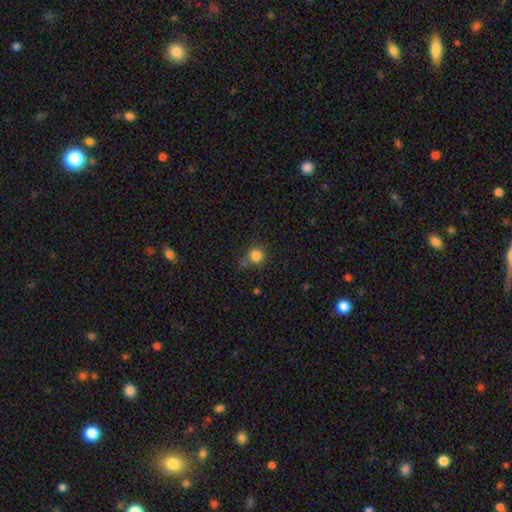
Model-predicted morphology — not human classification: type=smooth (83%); roundness=round (91%); merging=none (66%).